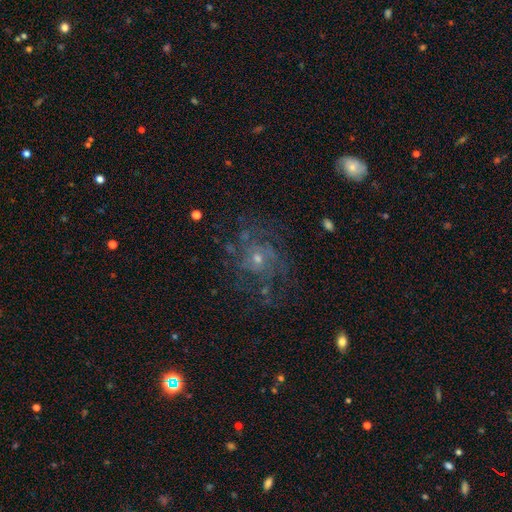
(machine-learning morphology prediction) Smooth or featured: featured or disk — 59% (star or artifact — 24%)
Edge-on disk: no — 97% (yes — 3%)
Bar: no — 78% (weak — 18%)
Spiral arms: yes — 81% (no — 19%)
Bulge size: small — 60% (moderate — 32%)
Merging: none — 71% (minor disturbance — 14%)